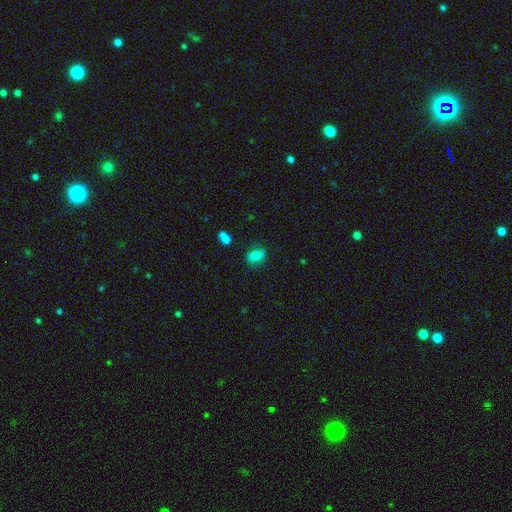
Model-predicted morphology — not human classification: Smooth or featured: smooth — 78% (star or artifact — 11%)
How rounded: in between — 71% (round — 27%)
Merging: none — 76% (minor disturbance — 16%)